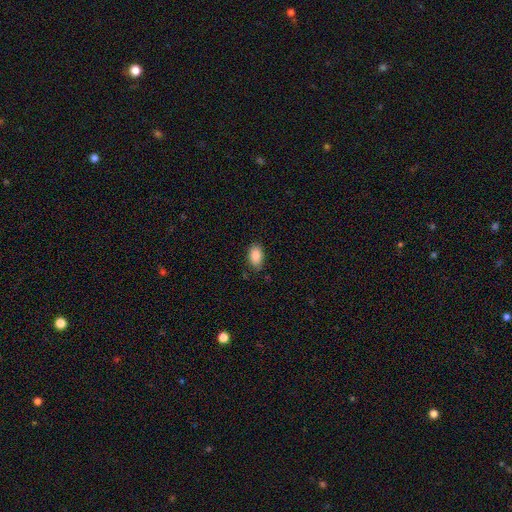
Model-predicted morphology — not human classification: This appears to be a smooth galaxy with no disk features (89%) that is in between round and cigar-shaped (92%). Merging: none (81%).